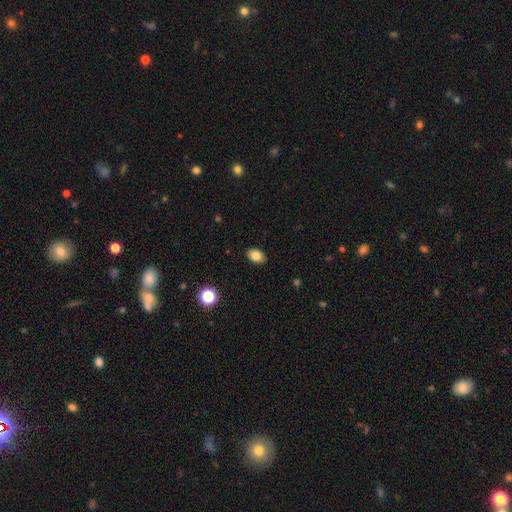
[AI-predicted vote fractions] Morphology: type=smooth (82%); roundness=in between (83%); merging=none (89%).